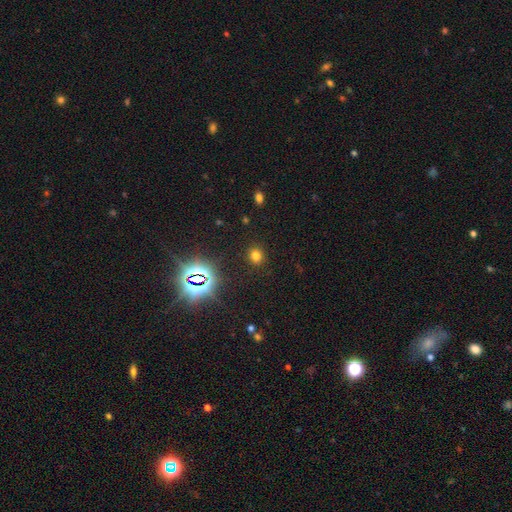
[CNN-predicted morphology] Smooth or featured: smooth — 69% (star or artifact — 25%)
How rounded: round — 75% (in between — 23%)
Merging: none — 89% (minor disturbance — 7%)